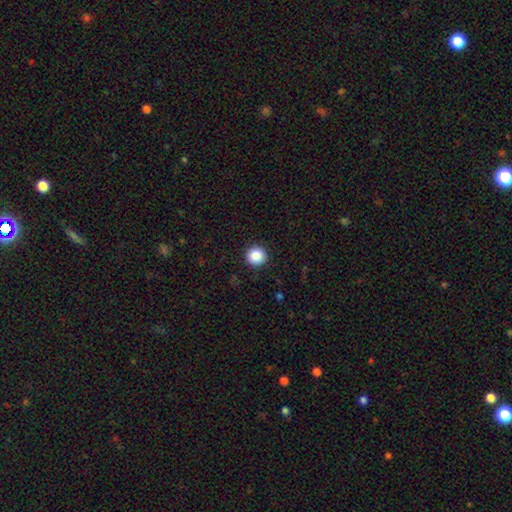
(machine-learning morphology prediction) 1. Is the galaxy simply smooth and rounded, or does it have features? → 87% smooth, 9% star or artifact, 4% featured or disk.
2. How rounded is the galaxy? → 96% round, 4% in between, 1% cigar-shaped.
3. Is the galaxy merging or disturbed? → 93% none, 5% minor disturbance, 2% major disturbance, 1% merger.